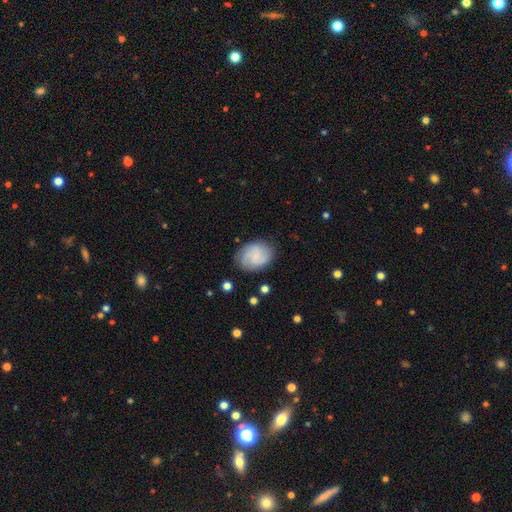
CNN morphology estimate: A featured or disk galaxy (60%) with no bar (62%), 3 (34%) medium (44%) spiral arms (94%) and a small central bulge (56%).

Vote fractions:
- Smooth or featured? featured or disk: 60% / smooth: 32% / star or artifact: 8%
- Edge-on disk? no: 98% / yes: 2%
- Bar? no: 62% / weak: 34% / strong: 4%
- Spiral arms? yes: 94% / no: 6%
- Spiral winding? medium: 44% / tight: 40% / loose: 16%
- Spiral arm count? 3: 34% / 2: 30% / can't tell: 20% / 4: 7% / 1: 5% / more than 4: 5%
- Bulge size? small: 56% / none: 29% / moderate: 12% / large: 2% / dominant: 1%
- Merging? none: 80% / minor disturbance: 14% / major disturbance: 4% / merger: 1%